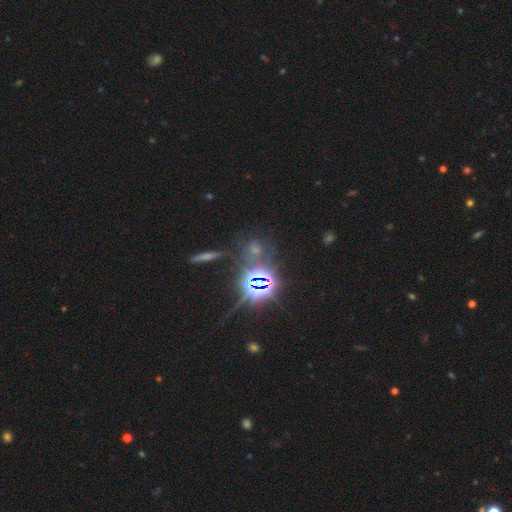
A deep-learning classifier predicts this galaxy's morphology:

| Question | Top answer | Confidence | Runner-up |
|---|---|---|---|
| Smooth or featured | star or artifact | 75% | smooth (15%) |